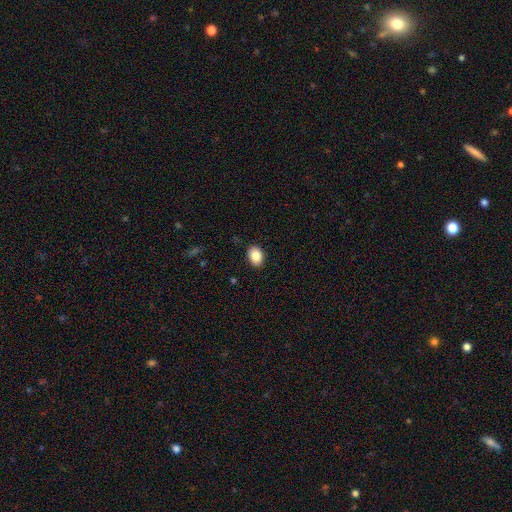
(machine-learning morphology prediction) This is clearly a smooth galaxy (86%). How rounded: likely in between (77%). Merging: clearly none (89%).